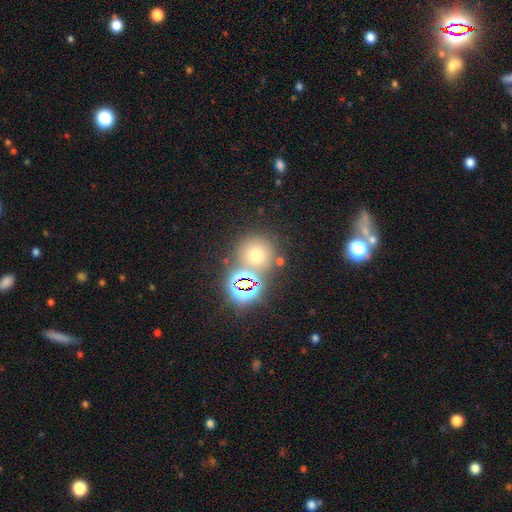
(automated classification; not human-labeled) This appears to be a smooth galaxy with no disk features (55%) that is round (89%). Merging: none (69%).